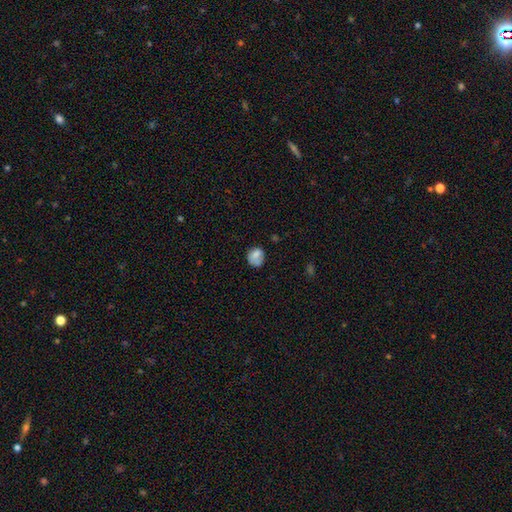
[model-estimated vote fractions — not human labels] Smooth or featured?
  - smooth: 75% *
  - featured or disk: 16%
  - star or artifact: 9%
How rounded?
  - round: 68% *
  - in between: 31%
  - cigar-shaped: 1%
Merging?
  - none: 54% *
  - minor disturbance: 27%
  - major disturbance: 12%
  - merger: 7%